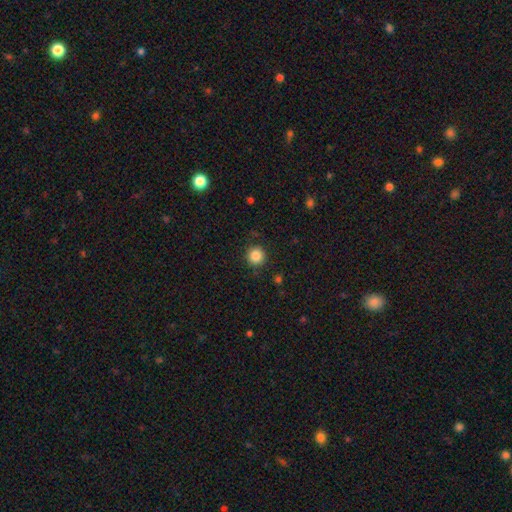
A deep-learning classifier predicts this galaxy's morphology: This is clearly a smooth galaxy (86%). How rounded: clearly round (94%). Merging: clearly none (90%).